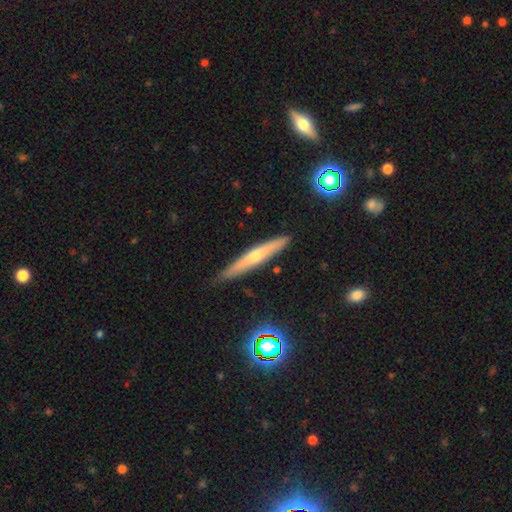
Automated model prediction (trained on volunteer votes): Smooth or featured? featured or disk (50%)
Edge-on disk? yes (93%)
Merging? none (87%)